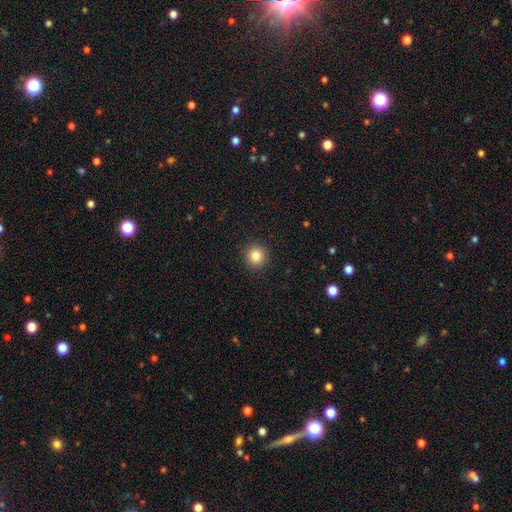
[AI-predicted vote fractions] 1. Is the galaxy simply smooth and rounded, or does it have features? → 85% smooth, 11% star or artifact, 5% featured or disk.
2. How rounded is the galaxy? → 93% round, 6% in between, 1% cigar-shaped.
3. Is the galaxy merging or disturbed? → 92% none, 5% minor disturbance, 2% major disturbance, 1% merger.